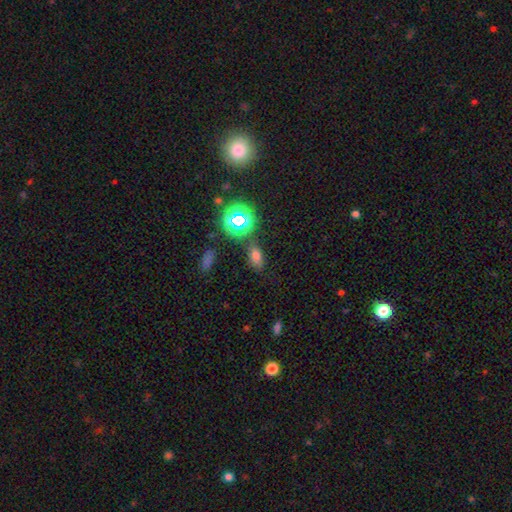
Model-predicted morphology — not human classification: Smooth or featured: smooth — 66% (star or artifact — 26%)
How rounded: in between — 81% (round — 13%)
Merging: none — 78% (minor disturbance — 13%)